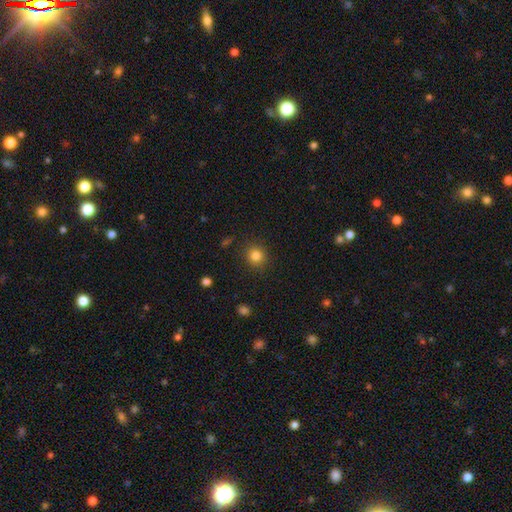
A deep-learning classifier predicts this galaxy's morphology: Smooth or featured? Predicted: smooth (p=0.83). How rounded? Predicted: round (p=0.87). Merging? Predicted: none (p=0.89).